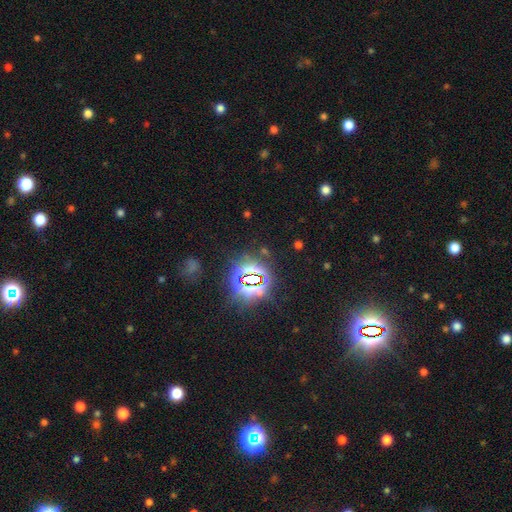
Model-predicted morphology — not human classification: smooth-or-featured: star or artifact: 81% | smooth: 11% | featured or disk: 8%